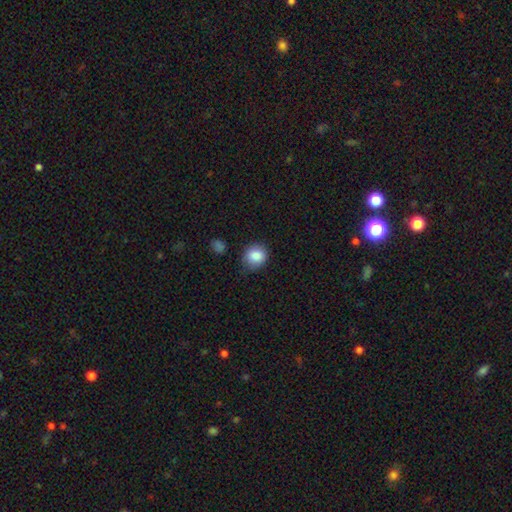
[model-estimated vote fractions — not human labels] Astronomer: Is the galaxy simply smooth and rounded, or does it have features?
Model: smooth — 86%.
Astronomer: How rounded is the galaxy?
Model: round — 81%.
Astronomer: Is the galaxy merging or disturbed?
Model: none — 77%.